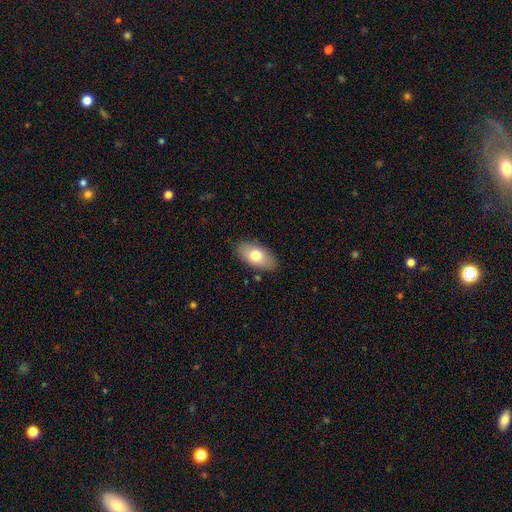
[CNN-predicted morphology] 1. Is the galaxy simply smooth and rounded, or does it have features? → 72% smooth, 21% featured or disk, 7% star or artifact.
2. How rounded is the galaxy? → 93% in between, 4% round, 3% cigar-shaped.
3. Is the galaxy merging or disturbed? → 85% none, 11% minor disturbance, 3% major disturbance, 1% merger.